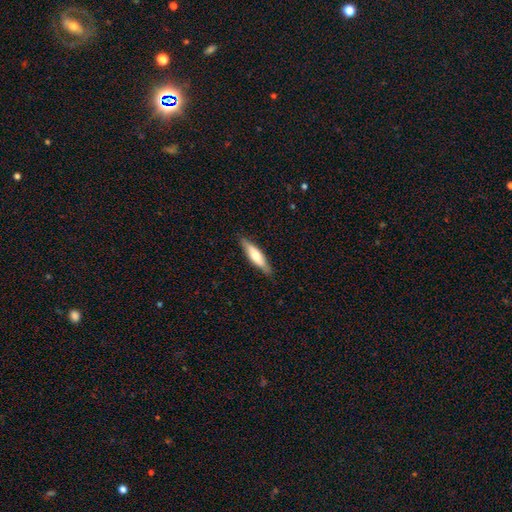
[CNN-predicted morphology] Smooth or featured?
  - smooth: 55% *
  - featured or disk: 40%
  - star or artifact: 5%
How rounded?
  - cigar-shaped: 66% *
  - in between: 33%
  - round: 2%
Merging?
  - none: 85% *
  - minor disturbance: 12%
  - major disturbance: 2%
  - merger: 1%